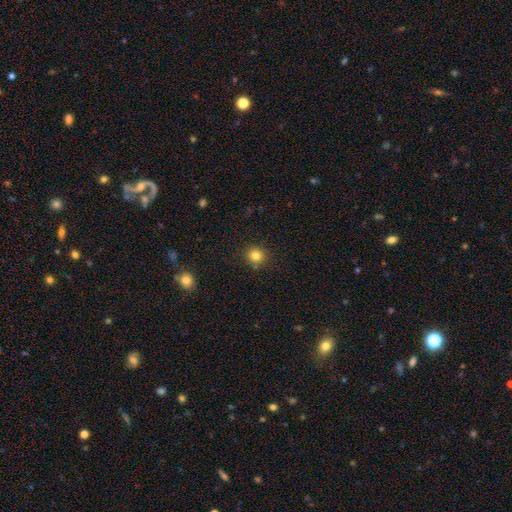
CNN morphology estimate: This is clearly a smooth galaxy (82%). How rounded: clearly round (93%). Merging: clearly none (87%).